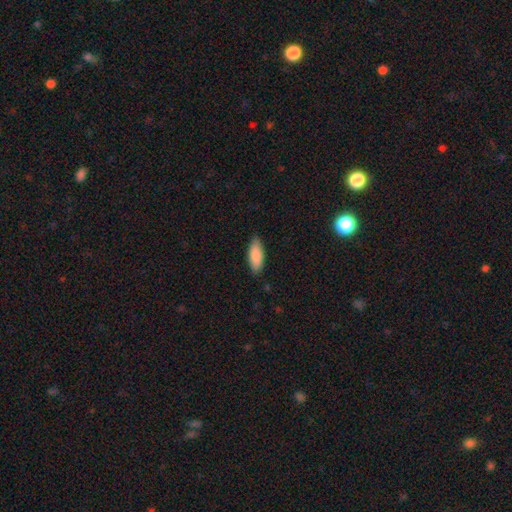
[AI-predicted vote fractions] Smooth or featured: smooth — 87% (featured or disk — 7%)
How rounded: in between — 77% (cigar-shaped — 22%)
Merging: none — 86% (minor disturbance — 11%)